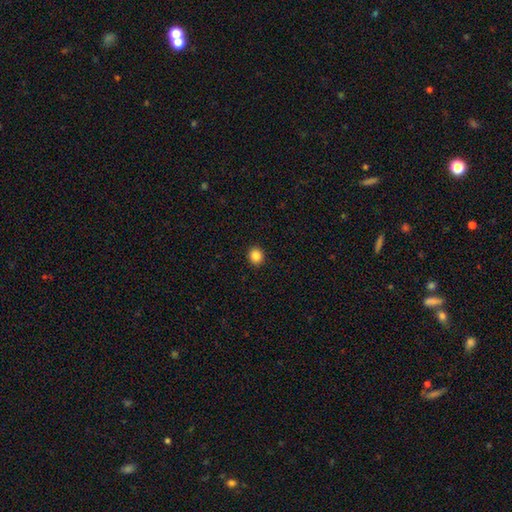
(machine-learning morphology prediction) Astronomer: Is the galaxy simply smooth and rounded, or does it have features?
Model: smooth — 86%.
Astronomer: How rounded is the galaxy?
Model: round — 82%.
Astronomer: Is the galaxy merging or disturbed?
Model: none — 93%.